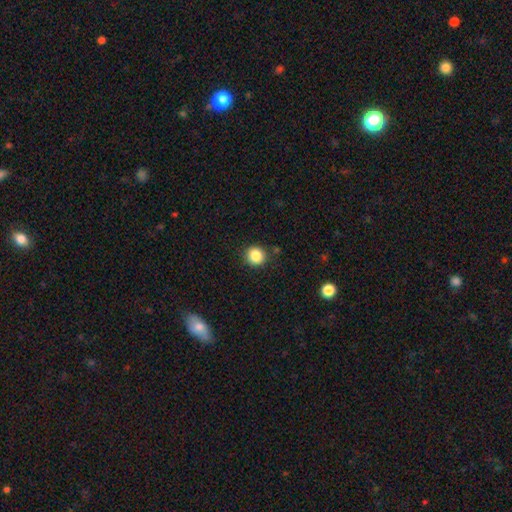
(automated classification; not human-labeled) Smooth or featured? Predicted: smooth (p=0.86). How rounded? Predicted: round (p=0.89). Merging? Predicted: none (p=0.87).